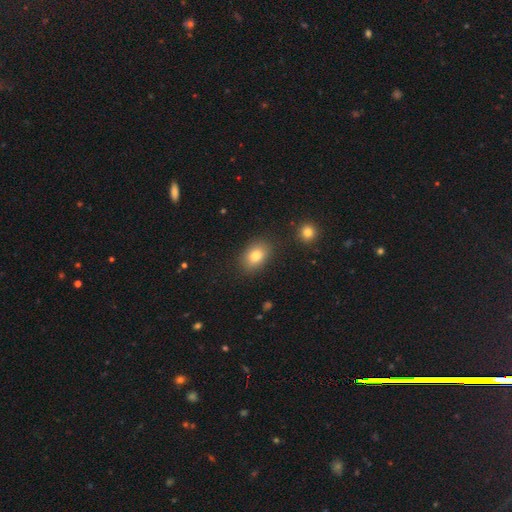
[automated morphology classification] A smooth galaxy with no disk features (81%) that is in between round and cigar-shaped (76%).

Vote fractions:
- Smooth or featured? smooth: 81% / featured or disk: 10% / star or artifact: 9%
- How rounded? in between: 76% / round: 23% / cigar-shaped: 1%
- Merging? none: 84% / minor disturbance: 11% / major disturbance: 3% / merger: 2%